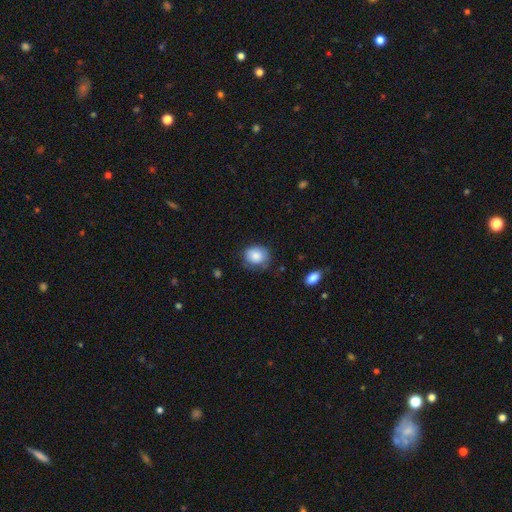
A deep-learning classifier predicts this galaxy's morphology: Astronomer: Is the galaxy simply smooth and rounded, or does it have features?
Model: smooth — 83%.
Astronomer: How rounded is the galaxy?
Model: round — 66%.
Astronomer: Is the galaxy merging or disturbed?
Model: none — 64%.